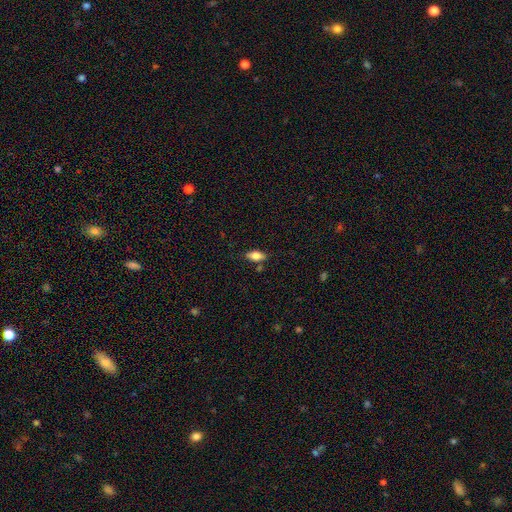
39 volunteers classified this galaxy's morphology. Overall: smooth (67%). How rounded: in between (88%). Merging: none (86%).